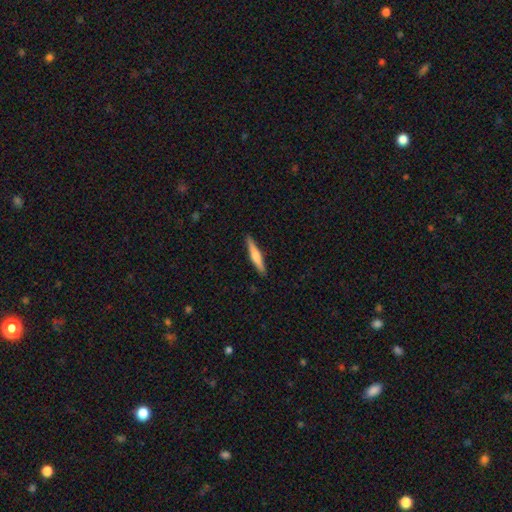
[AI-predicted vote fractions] This is possibly a featured or disk galaxy (49%). Merging: clearly none (91%).